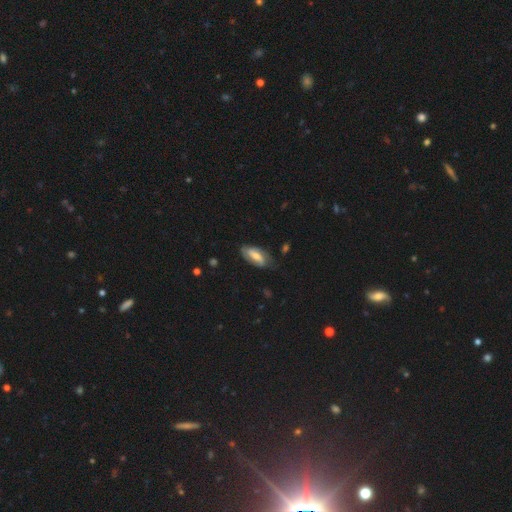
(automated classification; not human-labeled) This appears to be a featured or disk galaxy (58%) with a weak bar (42%), spiral arms (84%) and a moderate central bulge (52%). Merging: none (71%).